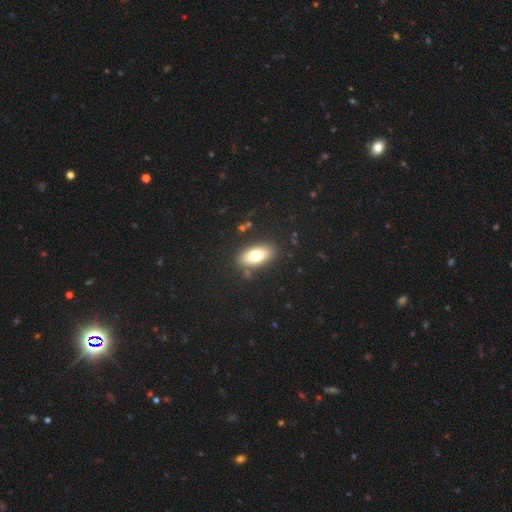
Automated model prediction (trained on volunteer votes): A smooth galaxy with no disk features (74%) that is in between round and cigar-shaped (87%). Merging: none (84%).